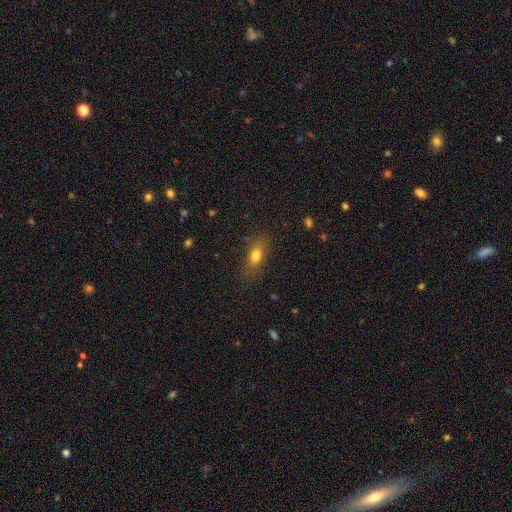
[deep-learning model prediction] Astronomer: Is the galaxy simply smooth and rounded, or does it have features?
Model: smooth — 78%.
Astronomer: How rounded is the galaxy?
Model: in between — 75%.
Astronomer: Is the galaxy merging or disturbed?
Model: none — 76%.